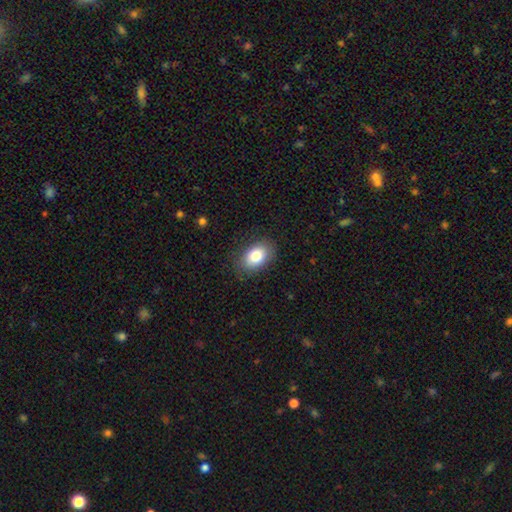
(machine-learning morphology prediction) Smooth or featured?
  - smooth: 81% *
  - featured or disk: 12%
  - star or artifact: 8%
How rounded?
  - in between: 86% *
  - round: 13%
  - cigar-shaped: 1%
Merging?
  - none: 84% *
  - minor disturbance: 12%
  - major disturbance: 3%
  - merger: 1%